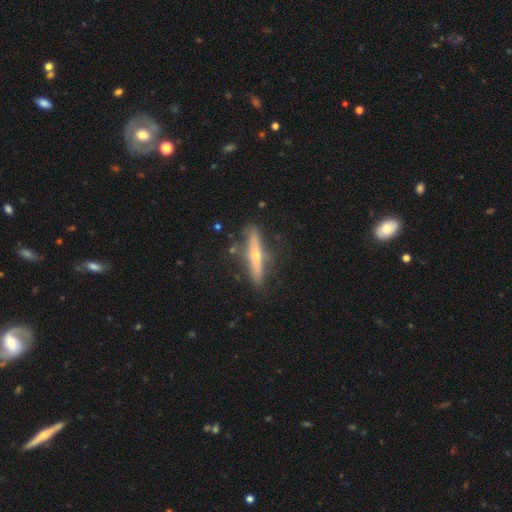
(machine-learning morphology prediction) Smooth or featured? Predicted: featured or disk (p=0.69). Edge-on disk? Predicted: yes (p=0.93). Edge-on bulge? Predicted: rounded (p=0.90). Merging? Predicted: none (p=0.83).